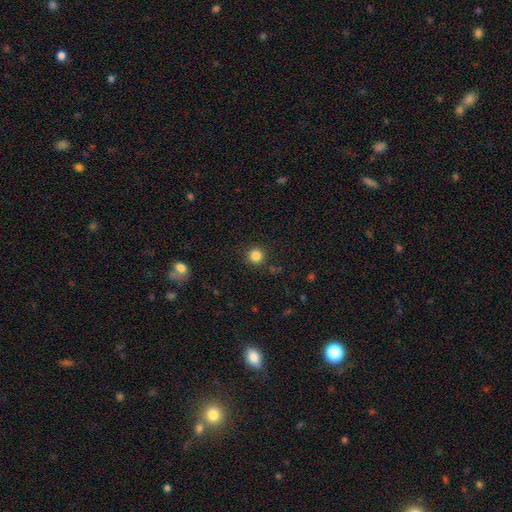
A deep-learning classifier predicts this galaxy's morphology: type=smooth (84%); roundness=round (94%); merging=none (90%).